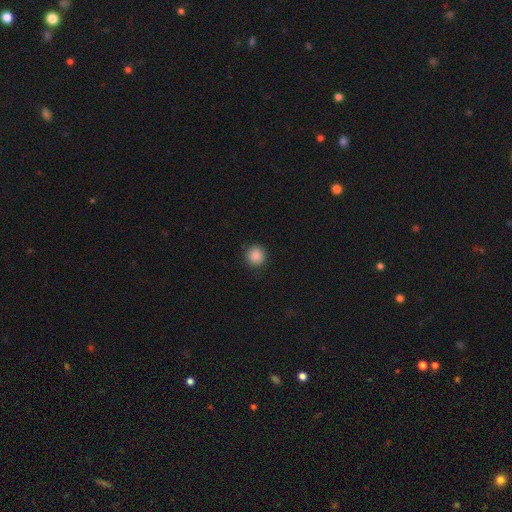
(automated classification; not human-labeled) Smooth or featured? Predicted: smooth (p=0.87). How rounded? Predicted: round (p=0.93). Merging? Predicted: none (p=0.90).